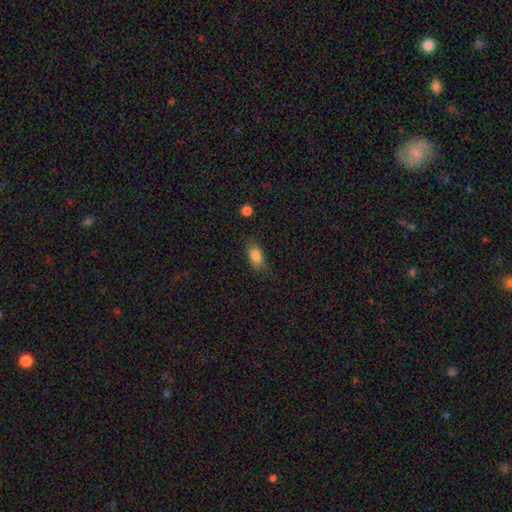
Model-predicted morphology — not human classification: smooth_or_featured: smooth (p=0.81) [alt: featured or disk p=0.10]
how_rounded: in between (p=0.83) [alt: cigar-shaped p=0.09]
merging: none (p=0.78) [alt: minor disturbance p=0.16]